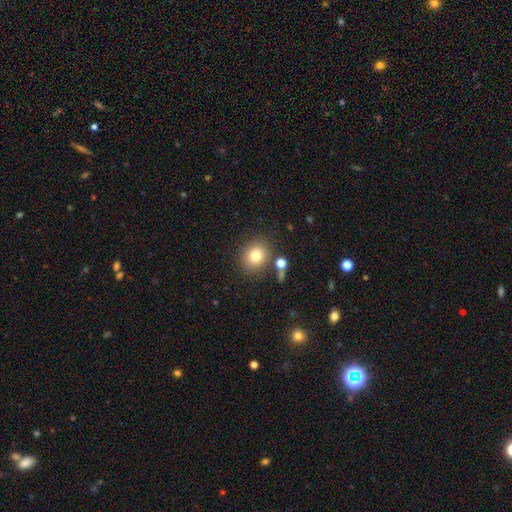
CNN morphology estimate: smooth-or-featured: smooth: 79% | star or artifact: 11% | featured or disk: 9%
  how-rounded: round: 74% | in between: 25% | cigar-shaped: 1%
  merging: none: 79% | minor disturbance: 10% | merger: 7% | major disturbance: 4%